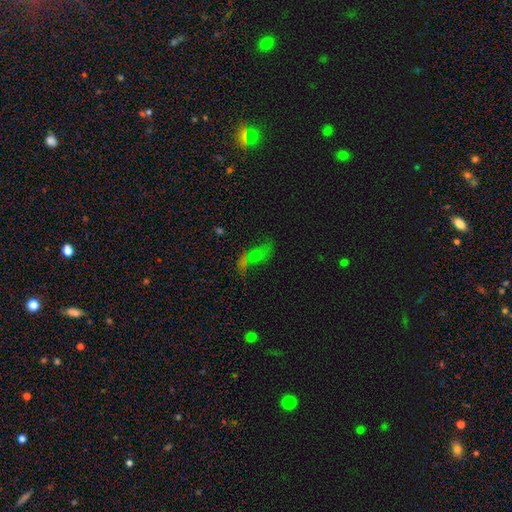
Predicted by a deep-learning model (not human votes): A smooth galaxy with no disk features (44%).

Vote fractions:
- Smooth or featured? smooth: 44% / star or artifact: 31% / featured or disk: 24%
- Merging? none: 36% / merger: 34% / minor disturbance: 15% / major disturbance: 14%